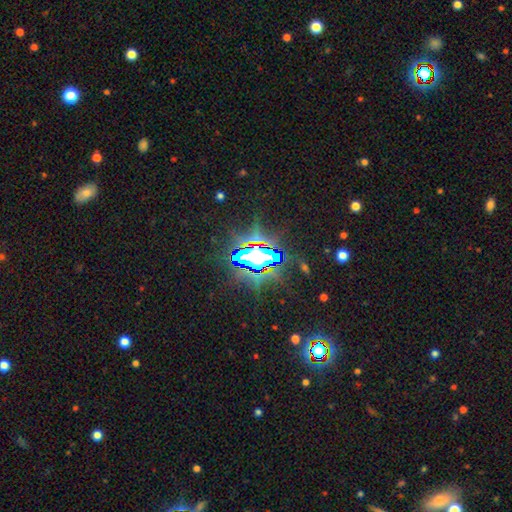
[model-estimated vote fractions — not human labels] star or artifact 77%, smooth 12%, featured or disk 11%.